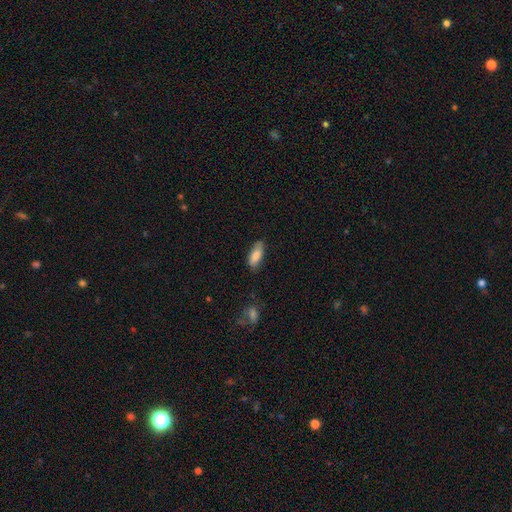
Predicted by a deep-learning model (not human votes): A smooth galaxy with no disk features (84%) that is in between round and cigar-shaped (76%).

Vote fractions:
- Smooth or featured? smooth: 84% / featured or disk: 10% / star or artifact: 6%
- How rounded? in between: 76% / cigar-shaped: 22% / round: 2%
- Merging? none: 74% / minor disturbance: 20% / major disturbance: 4% / merger: 2%